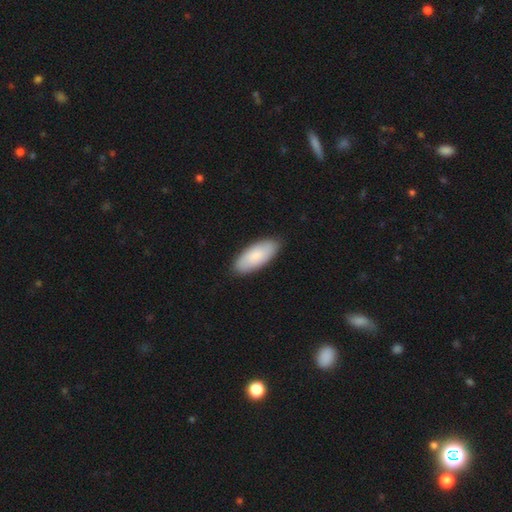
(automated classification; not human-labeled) smooth-or-featured: smooth: 82% | featured or disk: 13% | star or artifact: 5%
  how-rounded: in between: 84% | cigar-shaped: 15% | round: 2%
  merging: none: 88% | minor disturbance: 10% | major disturbance: 2% | merger: 1%